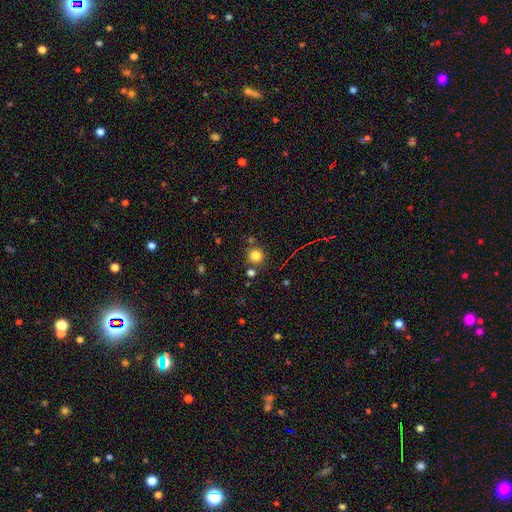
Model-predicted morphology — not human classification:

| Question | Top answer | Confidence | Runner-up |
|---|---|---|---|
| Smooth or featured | smooth | 80% | star or artifact (14%) |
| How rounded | round | 91% | in between (8%) |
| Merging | none | 77% | merger (10%) |